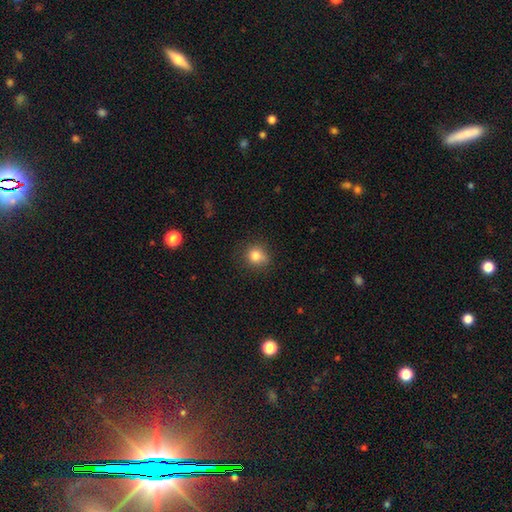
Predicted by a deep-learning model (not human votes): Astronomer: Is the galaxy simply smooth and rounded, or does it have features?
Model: smooth — 80%.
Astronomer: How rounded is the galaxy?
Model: round — 81%.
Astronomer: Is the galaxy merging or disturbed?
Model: none — 71%.